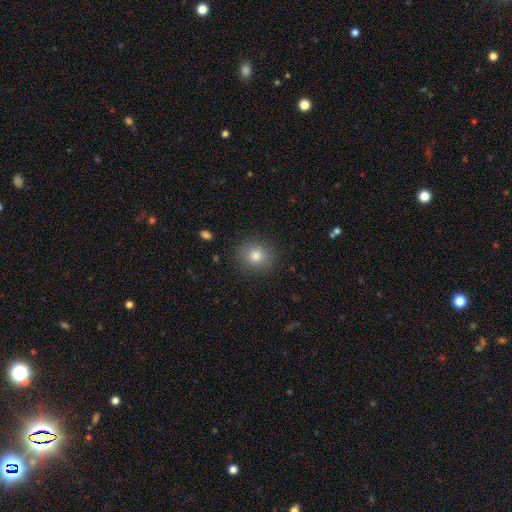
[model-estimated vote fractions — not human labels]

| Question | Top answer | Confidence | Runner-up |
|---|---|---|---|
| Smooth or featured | smooth | 81% | star or artifact (11%) |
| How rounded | round | 83% | in between (16%) |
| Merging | none | 89% | minor disturbance (7%) |